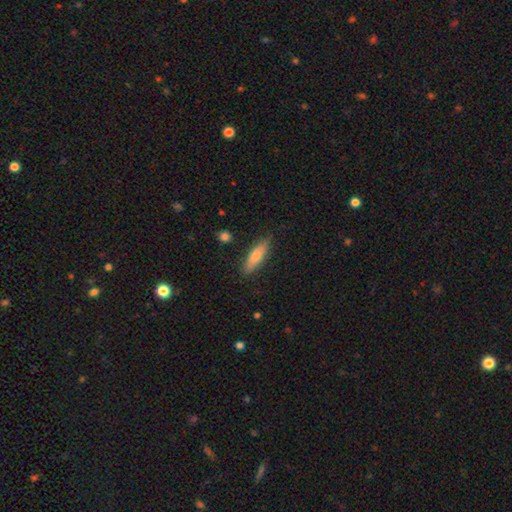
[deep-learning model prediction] Overall: smooth (70%). How rounded: cigar-shaped (65%; in between 32%). Merging: none (87%).